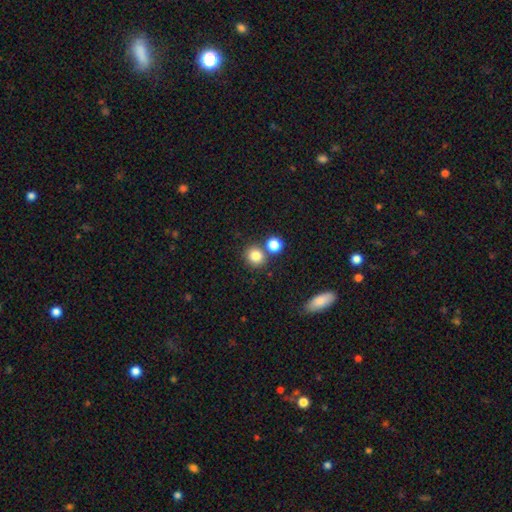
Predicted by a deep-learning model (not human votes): smooth 82%, star or artifact 12%, featured or disk 6%. Down the decision tree: how rounded — round (88%); merging — none (72%).